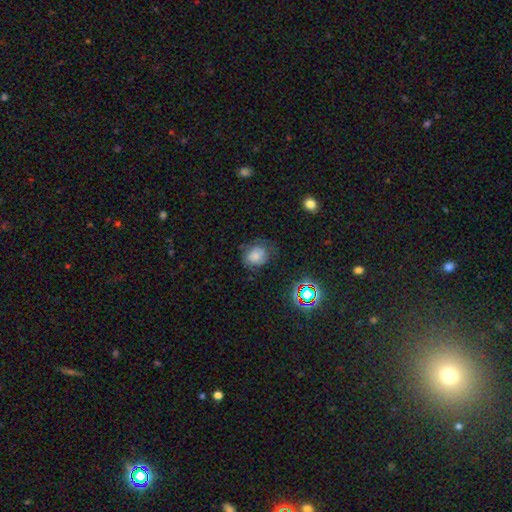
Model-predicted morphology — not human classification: Smooth or featured? smooth (68%)
How rounded? round (59%)
Merging? none (60%)